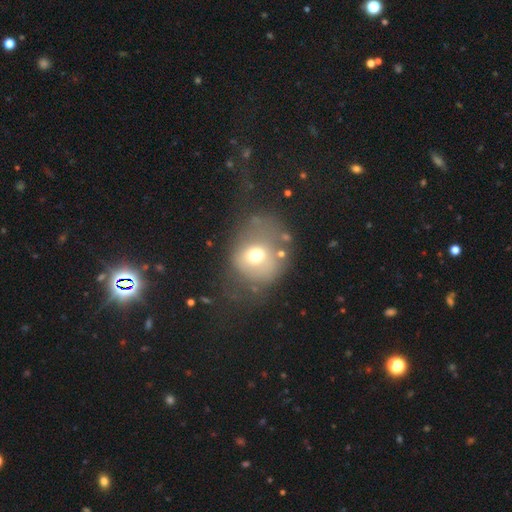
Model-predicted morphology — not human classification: The model was most divided on "merging": none: 39%, major disturbance: 32%, minor disturbance: 24%, merger: 5%. More confident: how rounded — round (71%); smooth or featured — smooth (60%).